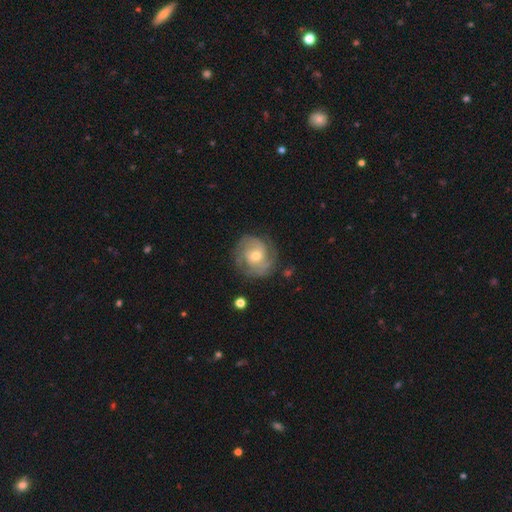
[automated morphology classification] A featured or disk galaxy (81%) with no bar (68%), 2 (39%) tight (56%) spiral arms (94%) and a moderate central bulge (57%). Merging: none (77%).